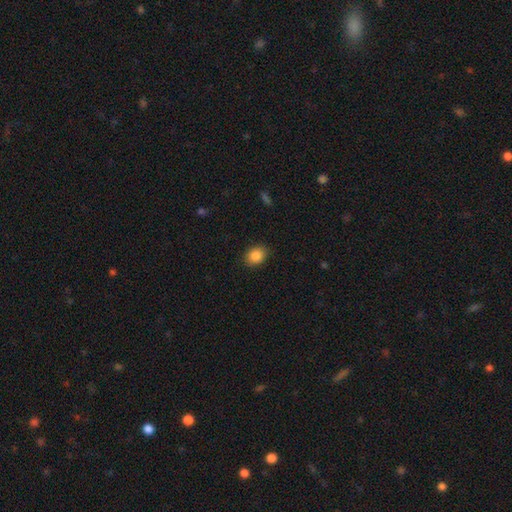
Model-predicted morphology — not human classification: This appears to be a smooth galaxy with no disk features (87%) that is in between round and cigar-shaped (56%). Merging: none (87%).